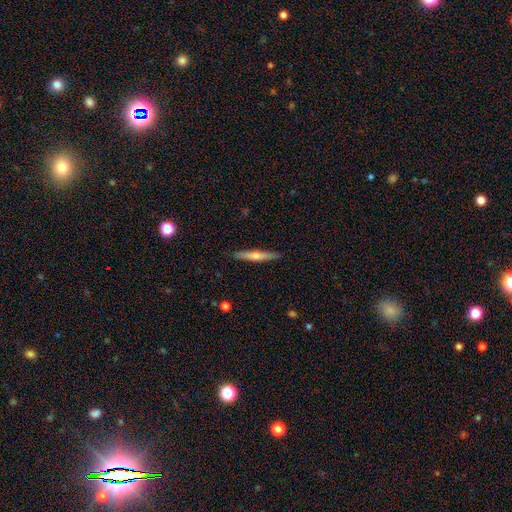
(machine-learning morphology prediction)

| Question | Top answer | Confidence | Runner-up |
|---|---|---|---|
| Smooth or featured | smooth | 53% | featured or disk (41%) |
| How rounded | cigar-shaped | 93% | in between (6%) |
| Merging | none | 90% | minor disturbance (8%) |